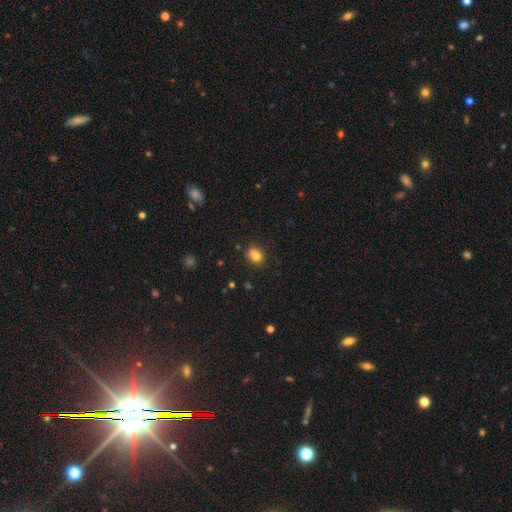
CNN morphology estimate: Smooth or featured?
  - smooth: 76% *
  - star or artifact: 12%
  - featured or disk: 12%
How rounded?
  - round: 64% *
  - in between: 35%
  - cigar-shaped: 1%
Merging?
  - none: 56% *
  - merger: 25%
  - minor disturbance: 15%
  - major disturbance: 4%